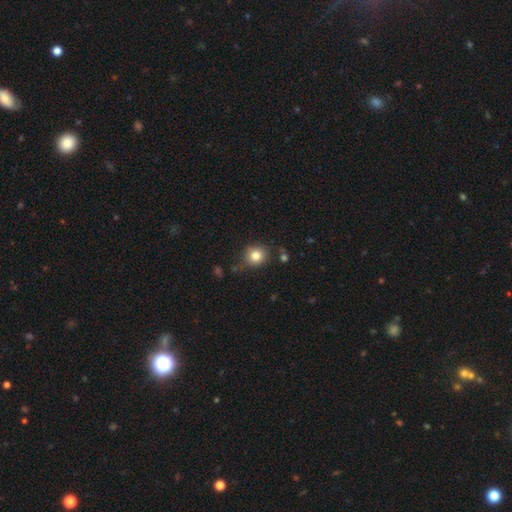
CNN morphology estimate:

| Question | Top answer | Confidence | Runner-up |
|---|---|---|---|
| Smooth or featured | smooth | 81% | star or artifact (11%) |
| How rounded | round | 83% | in between (16%) |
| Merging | none | 77% | minor disturbance (15%) |